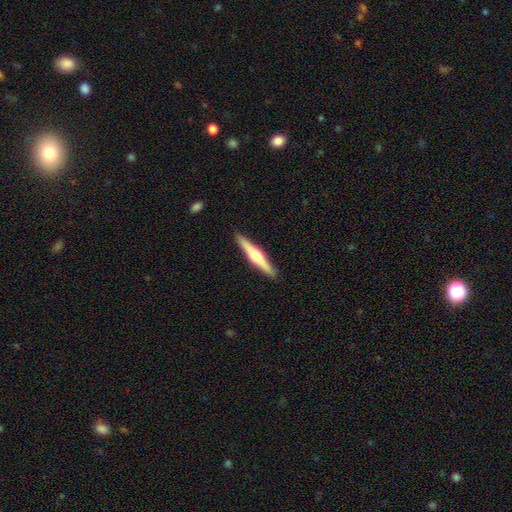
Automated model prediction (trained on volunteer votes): Smooth or featured? featured or disk (62%)
Edge-on disk? yes (98%)
Edge-on bulge? rounded (87%)
Merging? none (91%)